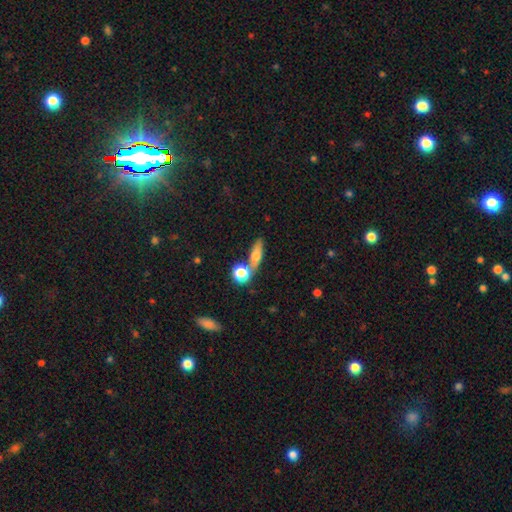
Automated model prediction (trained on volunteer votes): Q: Smooth or featured?
A: smooth (60%); runner-up: featured or disk (27%)
Q: How rounded?
A: cigar-shaped (46%); runner-up: in between (39%)
Q: Merging?
A: none (60%); runner-up: merger (21%)